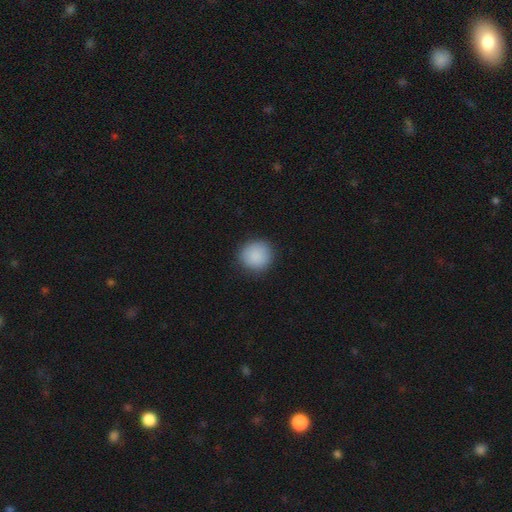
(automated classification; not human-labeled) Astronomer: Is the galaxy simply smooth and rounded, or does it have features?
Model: smooth — 89%.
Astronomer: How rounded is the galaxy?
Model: round — 92%.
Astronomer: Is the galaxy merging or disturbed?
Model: none — 89%.